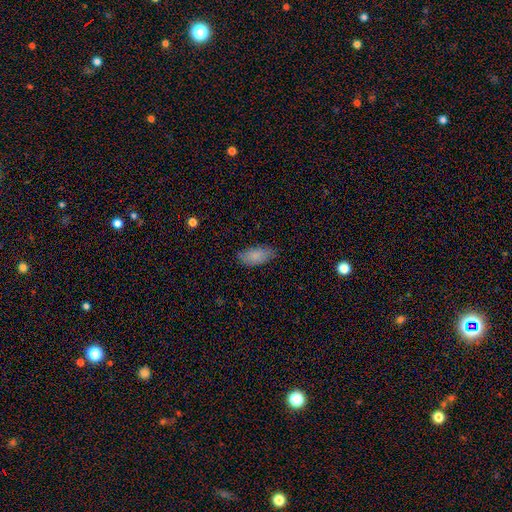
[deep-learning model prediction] smooth_or_featured: smooth (p=0.84) [alt: featured or disk p=0.09]
how_rounded: in between (p=0.92) [alt: cigar-shaped p=0.05]
merging: none (p=0.78) [alt: minor disturbance p=0.18]